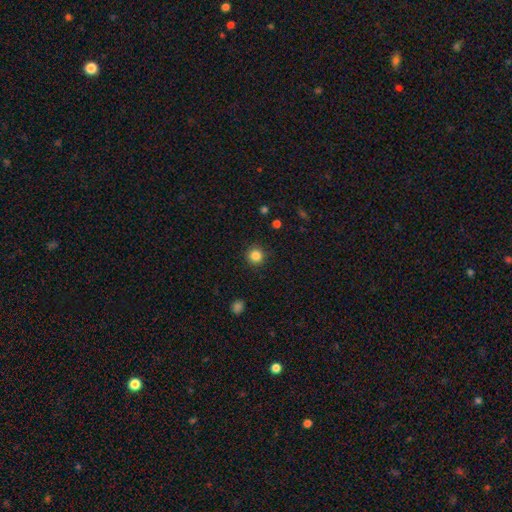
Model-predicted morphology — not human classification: type=smooth (85%); roundness=round (95%); merging=none (91%).